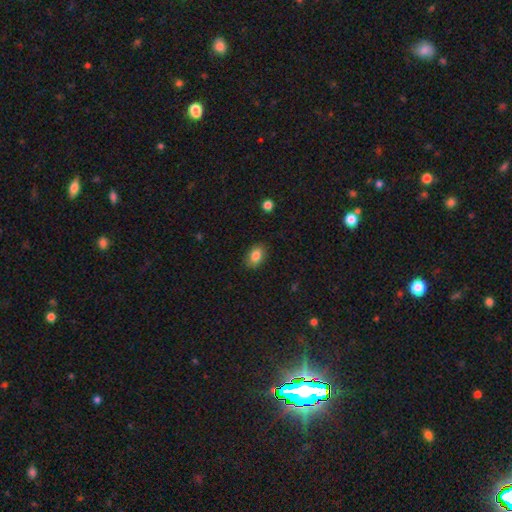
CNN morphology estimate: Overall: smooth (84%). How rounded: in between (80%). Merging: none (85%).